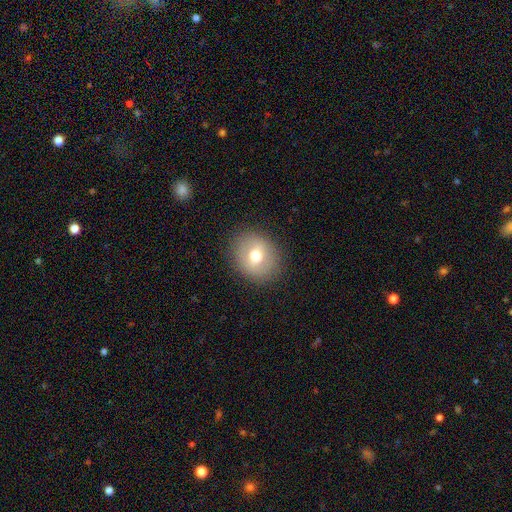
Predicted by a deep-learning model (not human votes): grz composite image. It shows a smooth galaxy with no disk features (63%) that is round (69%). Merging: none (86%).